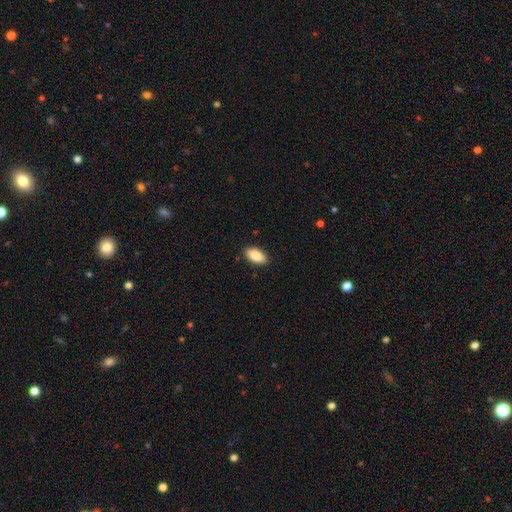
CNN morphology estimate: This appears to be a smooth galaxy with no disk features (88%) that is in between round and cigar-shaped (91%). Merging: none (89%).